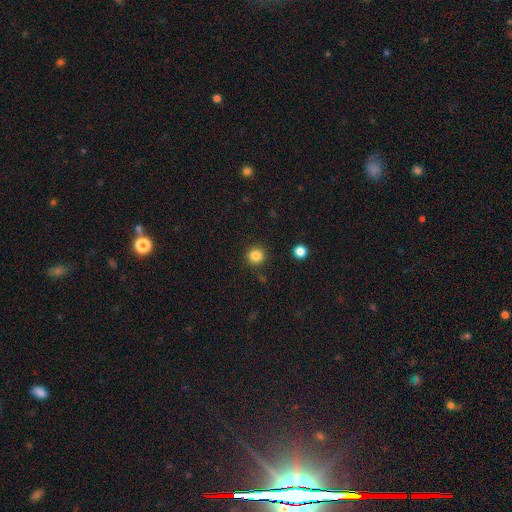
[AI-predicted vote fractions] Q: Smooth or featured?
A: smooth (84%); runner-up: star or artifact (12%)
Q: How rounded?
A: round (94%); runner-up: in between (5%)
Q: Merging?
A: none (89%); runner-up: minor disturbance (6%)